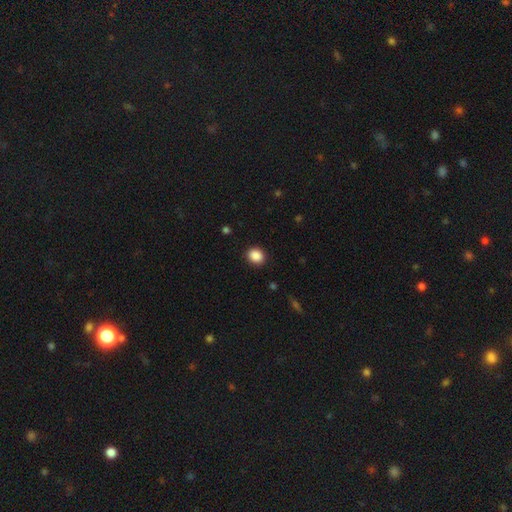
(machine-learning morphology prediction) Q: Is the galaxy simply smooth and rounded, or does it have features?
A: smooth — 88%.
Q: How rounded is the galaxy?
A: round — 70%.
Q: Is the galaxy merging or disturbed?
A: none — 90%.